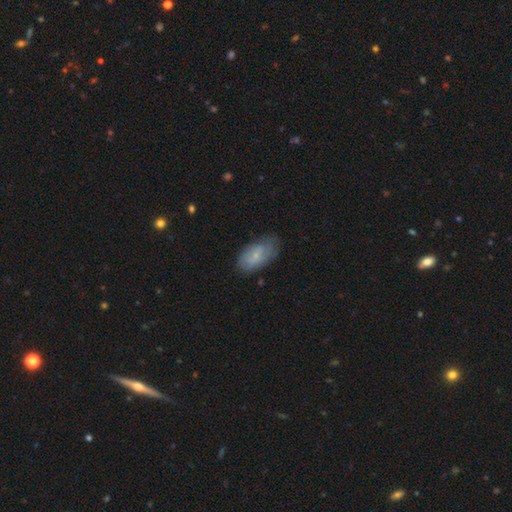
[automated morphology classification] Smooth or featured?
  - smooth: 59% *
  - featured or disk: 34%
  - star or artifact: 7%
How rounded?
  - in between: 92% *
  - round: 4%
  - cigar-shaped: 4%
Merging?
  - none: 64% *
  - minor disturbance: 27%
  - major disturbance: 8%
  - merger: 2%